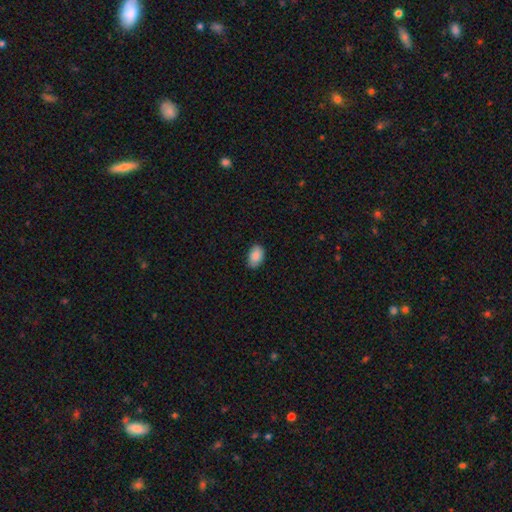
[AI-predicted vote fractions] A smooth galaxy with no disk features (89%) that is in between round and cigar-shaped (90%).

Vote fractions:
- Smooth or featured? smooth: 89% / star or artifact: 7% / featured or disk: 4%
- How rounded? in between: 90% / round: 9% / cigar-shaped: 1%
- Merging? none: 83% / minor disturbance: 14% / major disturbance: 2% / merger: 1%